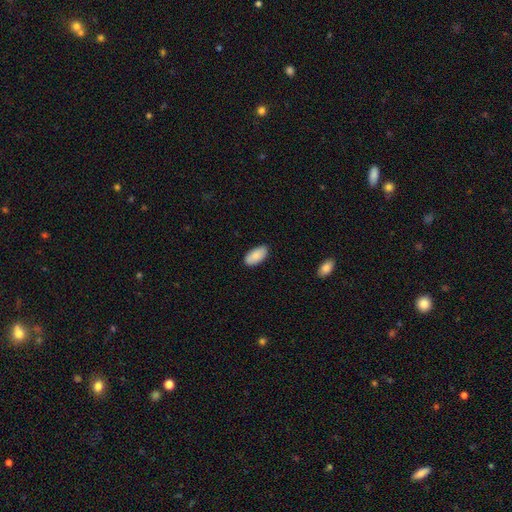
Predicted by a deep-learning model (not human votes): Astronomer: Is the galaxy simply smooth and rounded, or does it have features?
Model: smooth — 87%.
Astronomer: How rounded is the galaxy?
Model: in between — 95%.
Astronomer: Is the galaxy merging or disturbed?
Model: none — 87%.